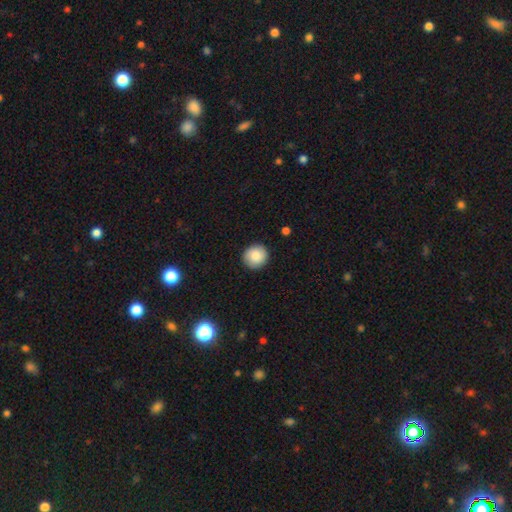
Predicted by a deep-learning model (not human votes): Morphology: type=smooth (86%); roundness=round (90%); merging=none (91%).